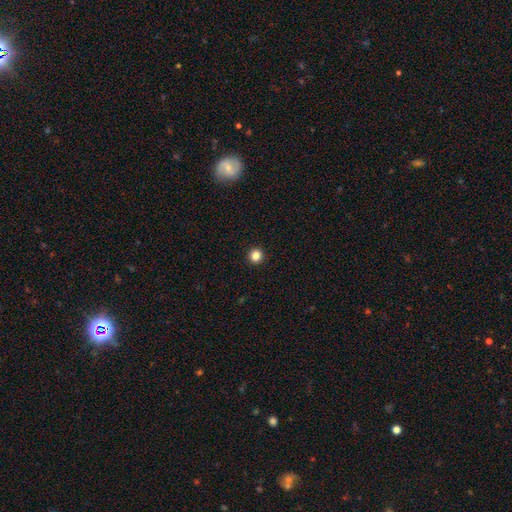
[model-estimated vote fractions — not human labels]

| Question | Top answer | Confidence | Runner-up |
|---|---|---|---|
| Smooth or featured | smooth | 84% | star or artifact (12%) |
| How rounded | round | 95% | in between (5%) |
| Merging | none | 94% | minor disturbance (4%) |